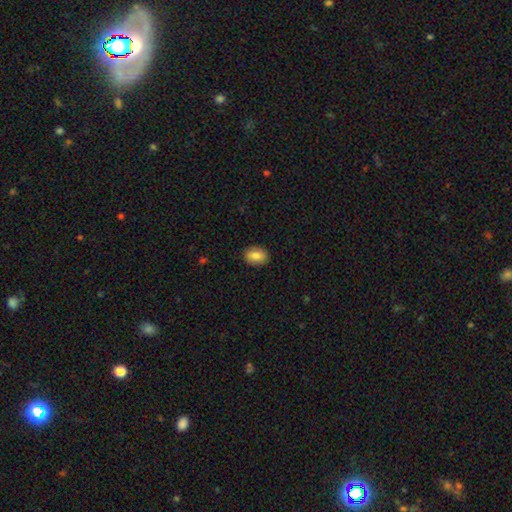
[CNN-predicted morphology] The model was most divided on "how rounded": in between: 76%, round: 23%, cigar-shaped: 1%. More confident: merging — none (89%); smooth or featured — smooth (81%).